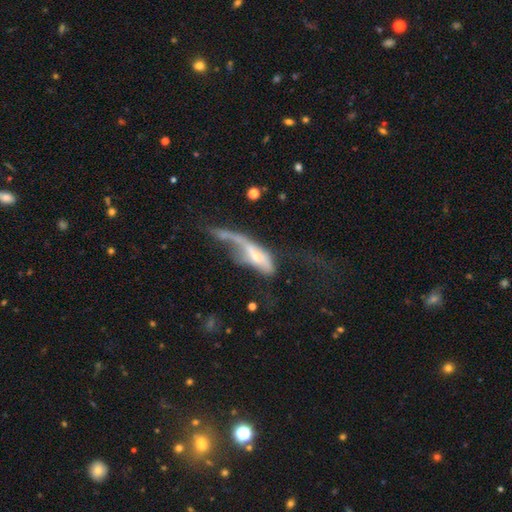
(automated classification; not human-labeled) The model was most divided on "smooth or featured": featured or disk: 50%, smooth: 42%, star or artifact: 8%. Remaining: merging — major disturbance (49%).